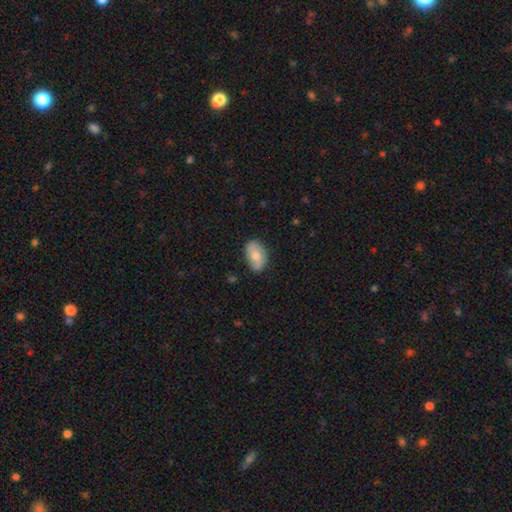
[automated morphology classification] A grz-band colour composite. It shows a smooth galaxy with no disk features (59%) that is in between round and cigar-shaped (86%). Merging: none (78%).